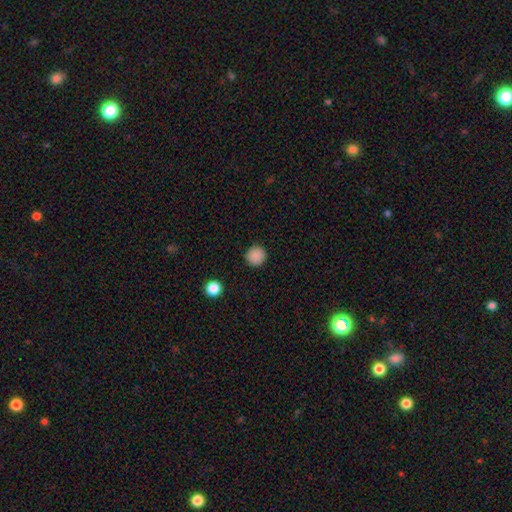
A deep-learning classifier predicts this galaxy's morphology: Smooth or featured: smooth — 88% (star or artifact — 10%)
How rounded: round — 96% (in between — 3%)
Merging: none — 92% (minor disturbance — 5%)